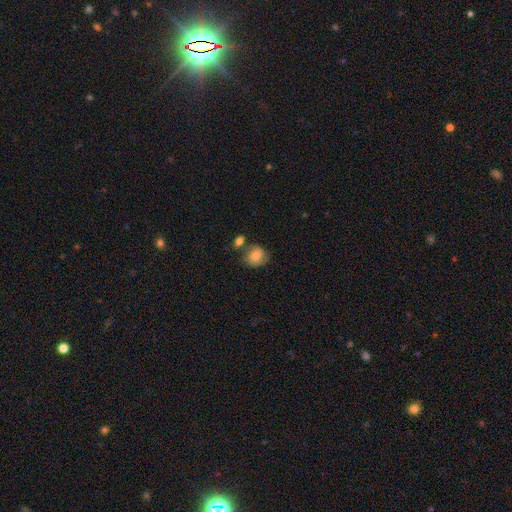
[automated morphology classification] Overall: smooth (79%). How rounded: round (71%). Merging: none (55%; minor disturbance 21%).